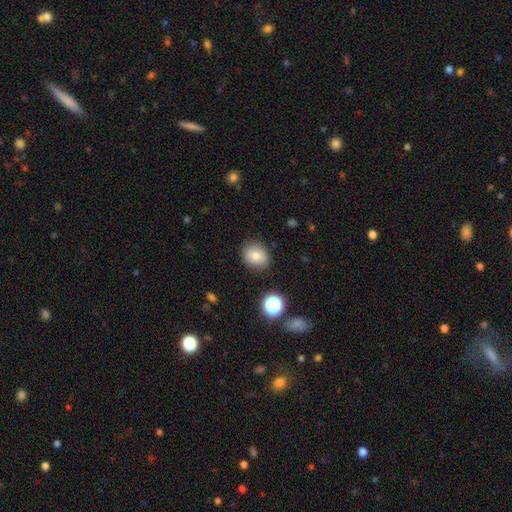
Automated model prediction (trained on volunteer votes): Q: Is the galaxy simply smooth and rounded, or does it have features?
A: smooth — 76%.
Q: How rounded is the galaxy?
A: round — 68%.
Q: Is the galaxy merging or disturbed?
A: none — 82%.